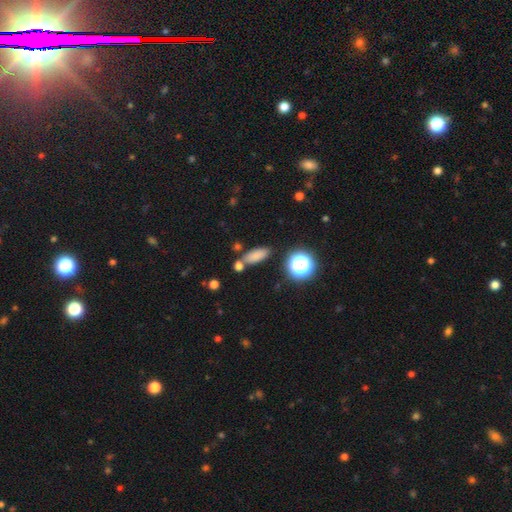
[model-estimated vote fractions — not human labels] A smooth galaxy with no disk features (79%) that is in between round and cigar-shaped (68%). Merging: none (73%).